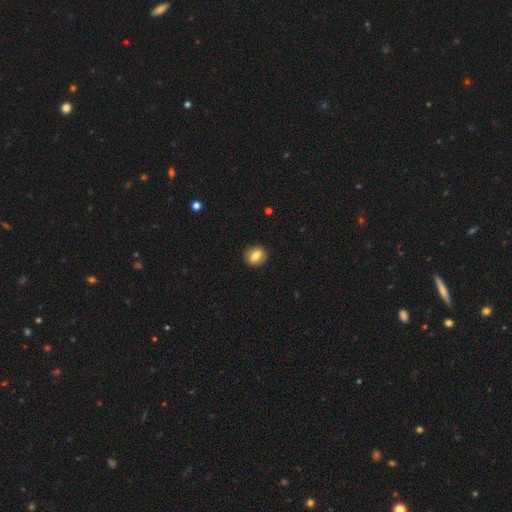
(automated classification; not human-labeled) Overall: smooth (72%). How rounded: round (55%; in between 43%). Merging: none (89%).